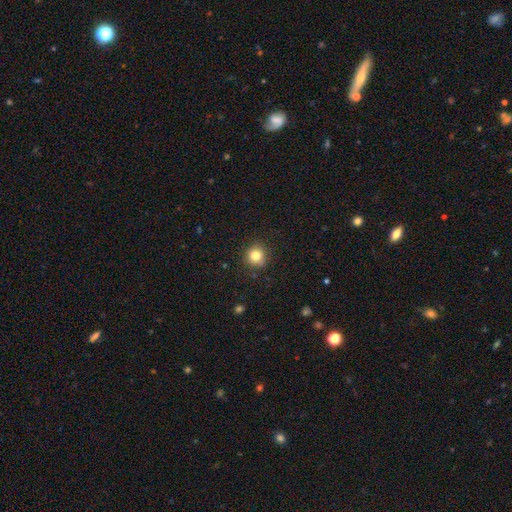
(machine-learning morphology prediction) smooth-or-featured: smooth: 83% | star or artifact: 11% | featured or disk: 6%
  how-rounded: round: 92% | in between: 7% | cigar-shaped: 1%
  merging: none: 89% | minor disturbance: 8% | major disturbance: 2% | merger: 1%